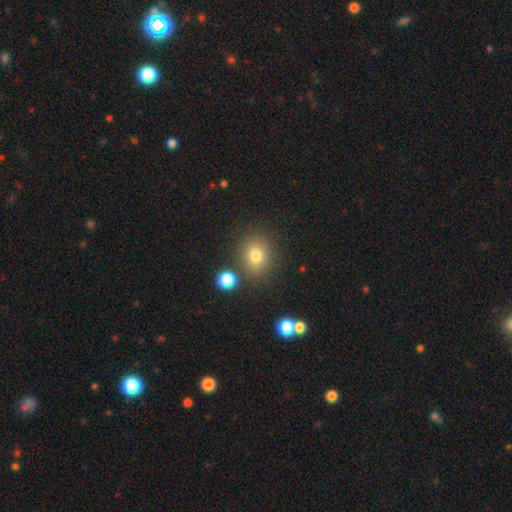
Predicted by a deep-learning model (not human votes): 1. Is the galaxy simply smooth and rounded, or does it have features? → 79% smooth, 13% star or artifact, 8% featured or disk.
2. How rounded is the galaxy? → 67% round, 32% in between, 1% cigar-shaped.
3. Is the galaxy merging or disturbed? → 78% none, 10% minor disturbance, 8% merger, 4% major disturbance.